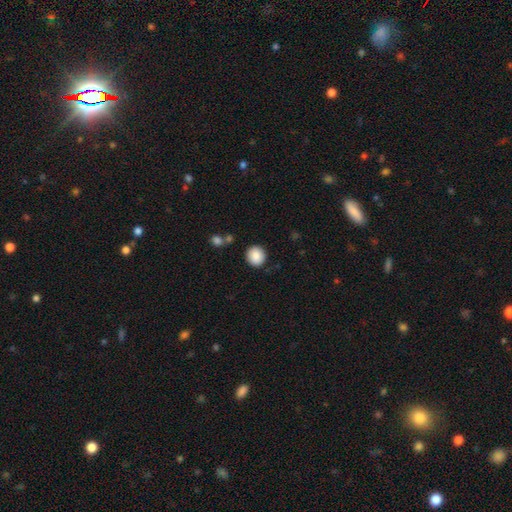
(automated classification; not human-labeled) A smooth galaxy with no disk features (88%) that is round (90%).

Vote fractions:
- Smooth or featured? smooth: 88% / star or artifact: 8% / featured or disk: 5%
- How rounded? round: 90% / in between: 9% / cigar-shaped: 1%
- Merging? none: 88% / minor disturbance: 7% / merger: 3% / major disturbance: 2%